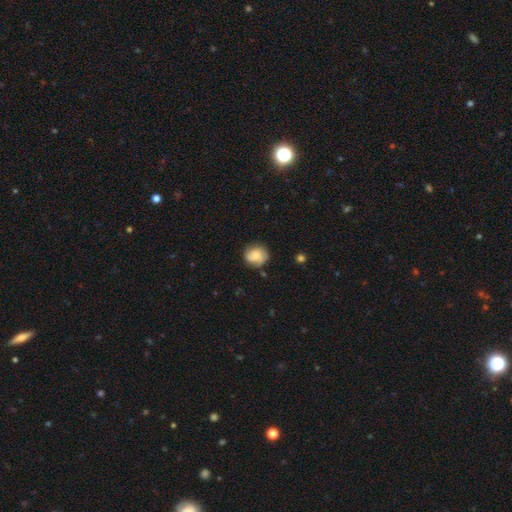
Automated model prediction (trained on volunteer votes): Smooth or featured: smooth — 52% (featured or disk — 39%)
How rounded: round — 79% (in between — 20%)
Merging: none — 68% (minor disturbance — 22%)